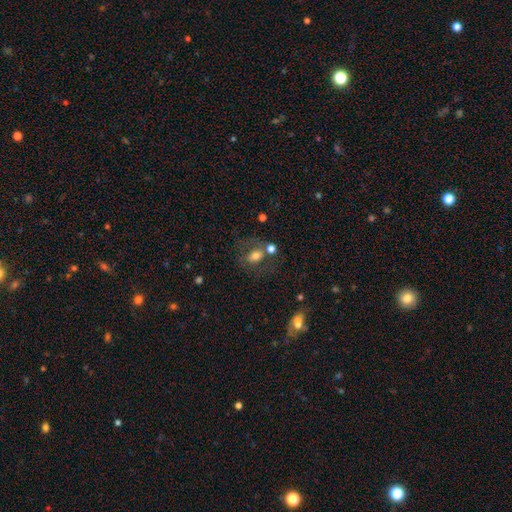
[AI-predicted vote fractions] smooth_or_featured: smooth (p=0.61) [alt: featured or disk p=0.28]
how_rounded: in between (p=0.65) [alt: round p=0.33]
merging: none (p=0.51) [alt: merger p=0.21]